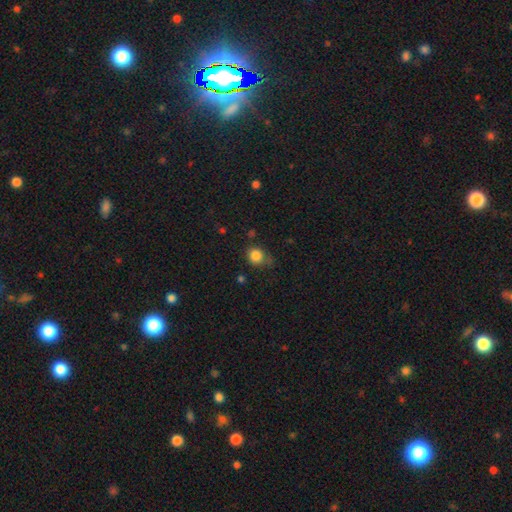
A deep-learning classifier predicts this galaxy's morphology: Smooth or featured?
  - smooth: 83% *
  - star or artifact: 11%
  - featured or disk: 6%
How rounded?
  - round: 79% *
  - in between: 20%
  - cigar-shaped: 1%
Merging?
  - none: 62% *
  - minor disturbance: 25%
  - major disturbance: 8%
  - merger: 5%